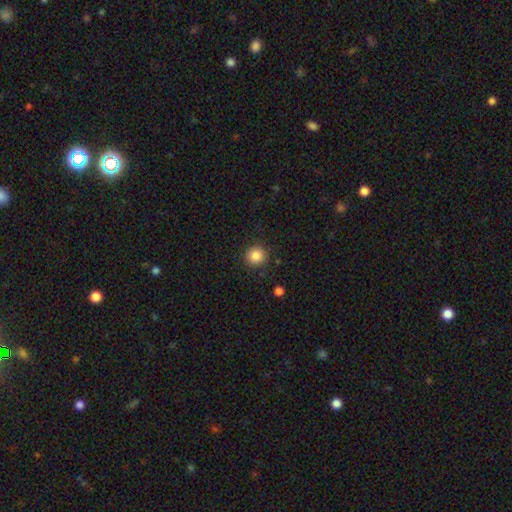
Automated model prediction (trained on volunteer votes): smooth 86%, star or artifact 10%, featured or disk 4%. Down the decision tree: how rounded — round (92%); merging — none (89%).